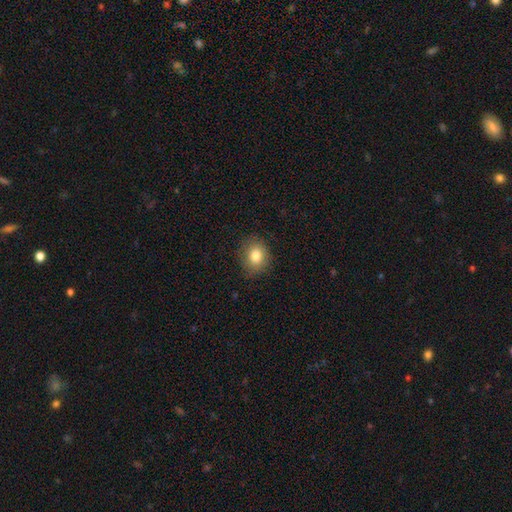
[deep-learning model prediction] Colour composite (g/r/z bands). It shows a smooth galaxy with no disk features (82%) that is round (64%). Merging: none (81%).